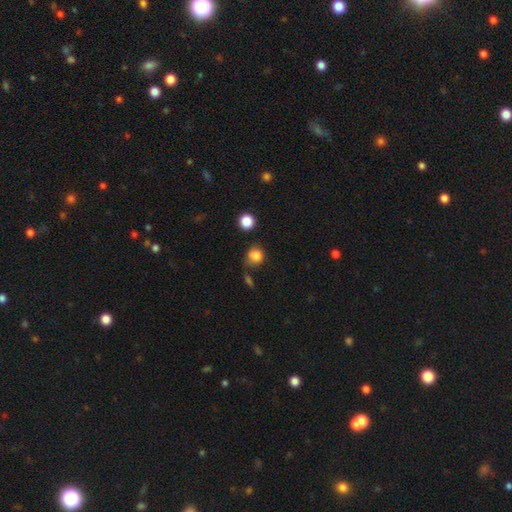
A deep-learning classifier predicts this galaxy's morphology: Smooth or featured: smooth — 81% (star or artifact — 12%)
How rounded: round — 74% (in between — 25%)
Merging: none — 58% (minor disturbance — 25%)